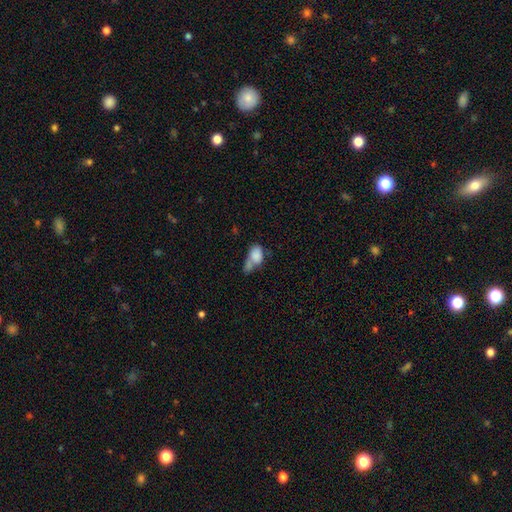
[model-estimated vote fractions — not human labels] Overall: smooth (79%). How rounded: in between (82%). Merging: merger (54%; none 20%).